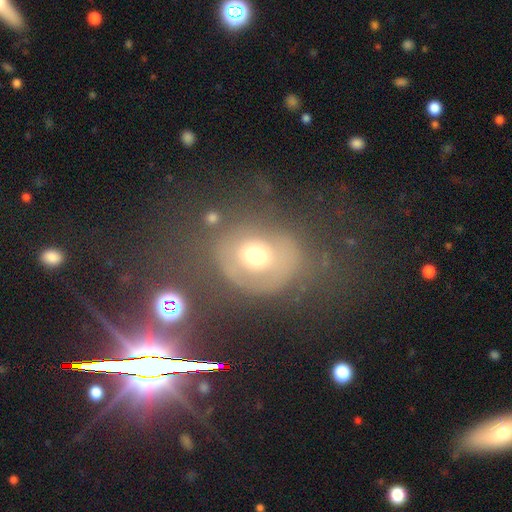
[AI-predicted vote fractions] Q: Smooth or featured?
A: smooth (45%); runner-up: featured or disk (35%)
Q: Merging?
A: none (54%); runner-up: major disturbance (22%)